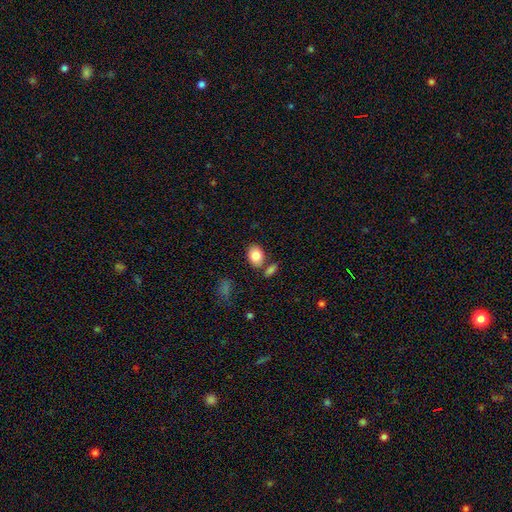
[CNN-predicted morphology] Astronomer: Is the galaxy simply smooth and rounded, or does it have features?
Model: smooth — 83%.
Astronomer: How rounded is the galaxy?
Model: in between — 75%.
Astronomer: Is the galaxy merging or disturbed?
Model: none — 73%.